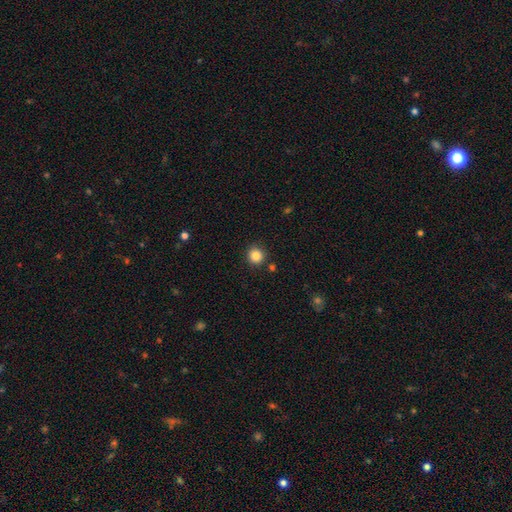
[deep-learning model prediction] This appears to be a smooth galaxy with no disk features (85%) that is round (93%). Merging: none (88%).